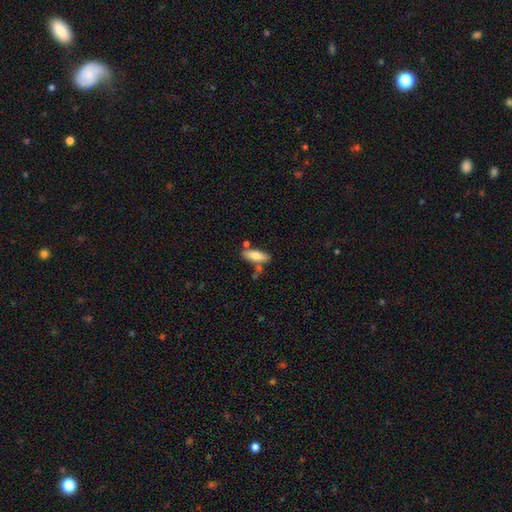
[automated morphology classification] Q: Smooth or featured?
A: smooth (72%); runner-up: featured or disk (22%)
Q: How rounded?
A: in between (62%); runner-up: cigar-shaped (36%)
Q: Merging?
A: none (70%); runner-up: minor disturbance (15%)